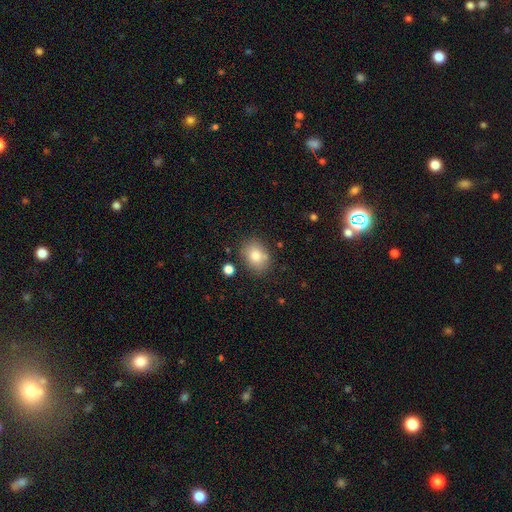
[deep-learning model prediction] Smooth or featured? smooth (81%)
How rounded? in between (59%)
Merging? none (76%)